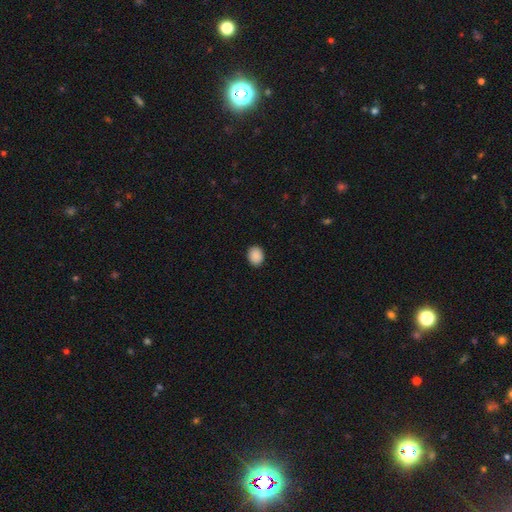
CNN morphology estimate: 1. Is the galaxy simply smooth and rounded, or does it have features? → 89% smooth, 8% star or artifact, 2% featured or disk.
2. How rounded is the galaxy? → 54% round, 45% in between, 1% cigar-shaped.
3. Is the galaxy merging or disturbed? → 90% none, 7% minor disturbance, 2% major disturbance, 1% merger.